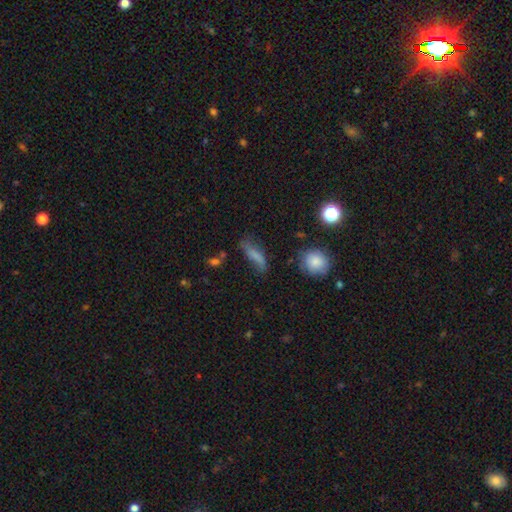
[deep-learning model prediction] This appears to be a smooth galaxy with no disk features (66%) that is cigar-shaped (52%). Merging: none (51%).